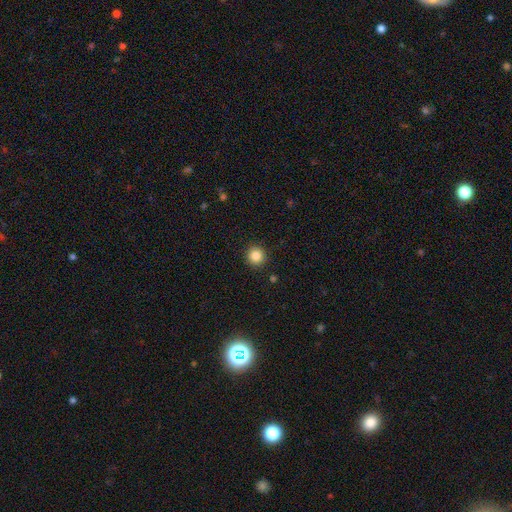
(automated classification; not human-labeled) A smooth galaxy with no disk features (86%) that is round (95%). Merging: none (92%).